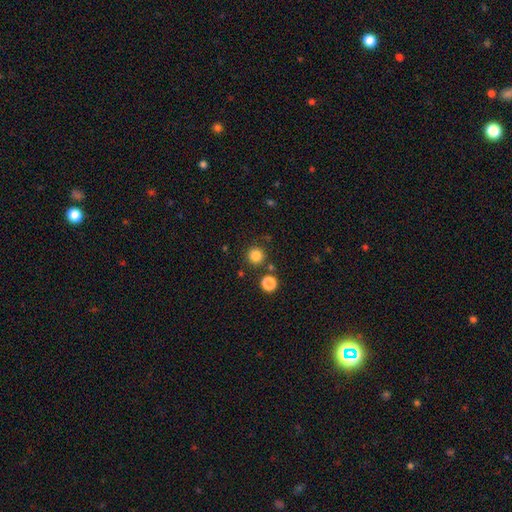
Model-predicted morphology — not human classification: The model was most divided on "smooth or featured": smooth: 84%, star or artifact: 13%, featured or disk: 4%. More confident: how rounded — round (95%); merging — none (84%).